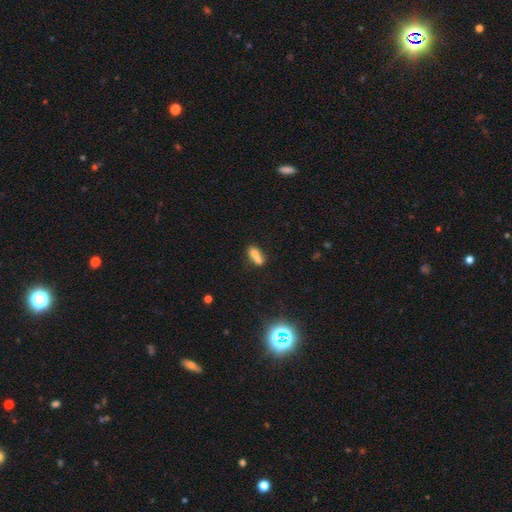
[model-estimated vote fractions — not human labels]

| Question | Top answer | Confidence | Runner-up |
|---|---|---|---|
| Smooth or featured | smooth | 70% | featured or disk (18%) |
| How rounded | in between | 70% | cigar-shaped (20%) |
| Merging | merger | 47% | none (36%) |